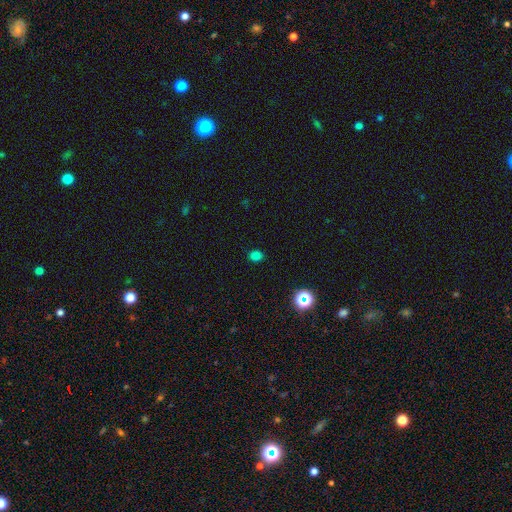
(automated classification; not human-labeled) Morphology: type=smooth (77%); roundness=round (59%); merging=none (88%).